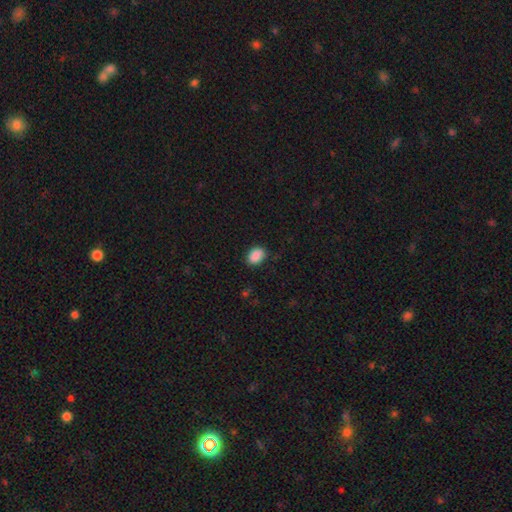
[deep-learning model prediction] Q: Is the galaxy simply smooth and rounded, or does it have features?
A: smooth — 89%.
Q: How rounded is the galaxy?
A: in between — 76%.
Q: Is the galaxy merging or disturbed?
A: none — 83%.